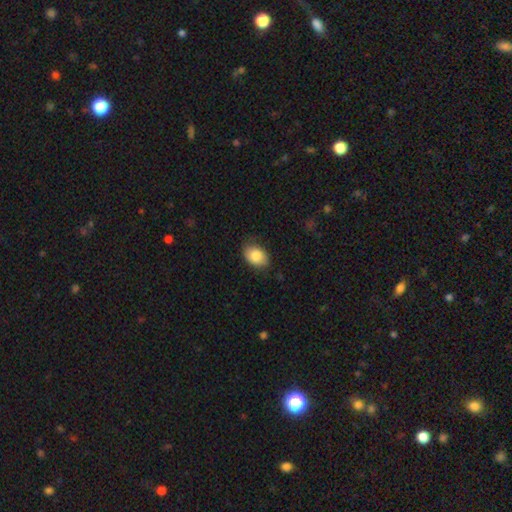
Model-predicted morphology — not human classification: This appears to be a smooth galaxy with no disk features (84%) that is in between round and cigar-shaped (80%). Merging: none (76%).